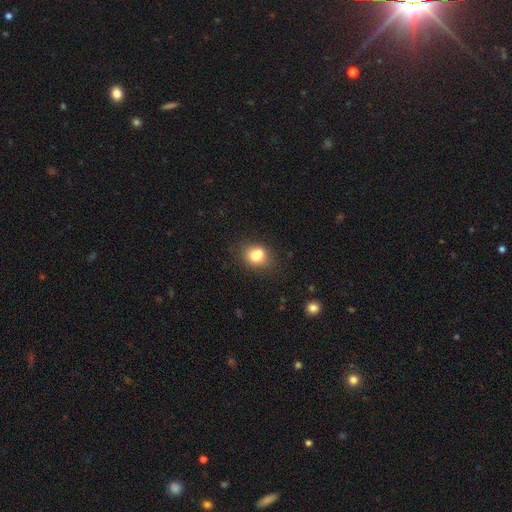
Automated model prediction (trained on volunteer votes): smooth-or-featured: smooth: 80% | star or artifact: 11% | featured or disk: 9%
  how-rounded: in between: 51% | round: 47% | cigar-shaped: 1%
  merging: none: 68% | minor disturbance: 19% | merger: 7% | major disturbance: 6%